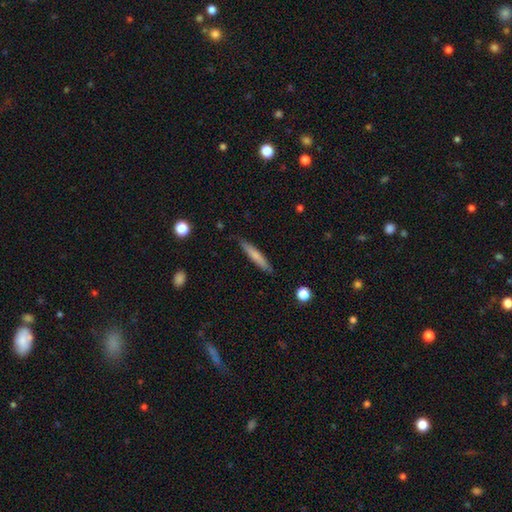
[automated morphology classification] This is likely a smooth galaxy (70%). How rounded: clearly cigar-shaped (92%). Merging: clearly none (86%).